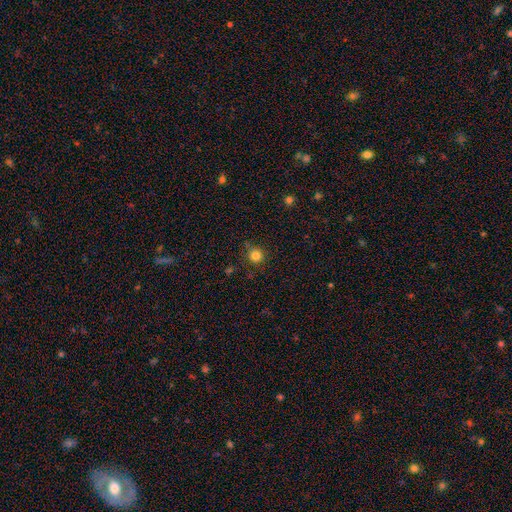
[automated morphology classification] Smooth or featured? smooth (82%)
How rounded? round (94%)
Merging? none (85%)